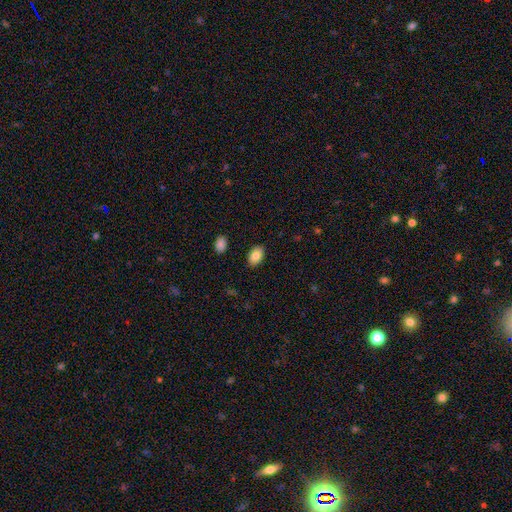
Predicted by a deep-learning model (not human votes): Smooth or featured? smooth (84%)
How rounded? in between (88%)
Merging? none (89%)